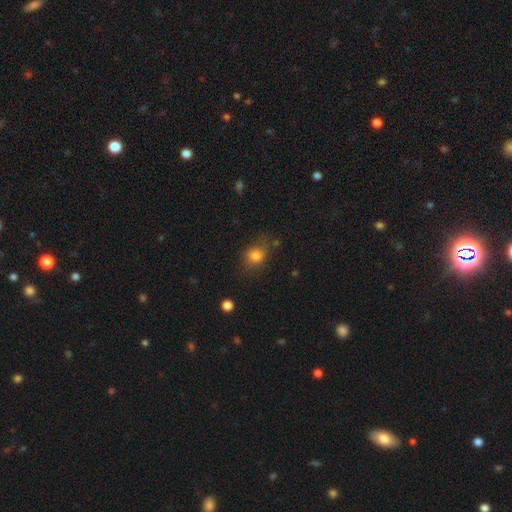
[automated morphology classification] type=smooth (79%); roundness=round (50%); merging=none (67%).